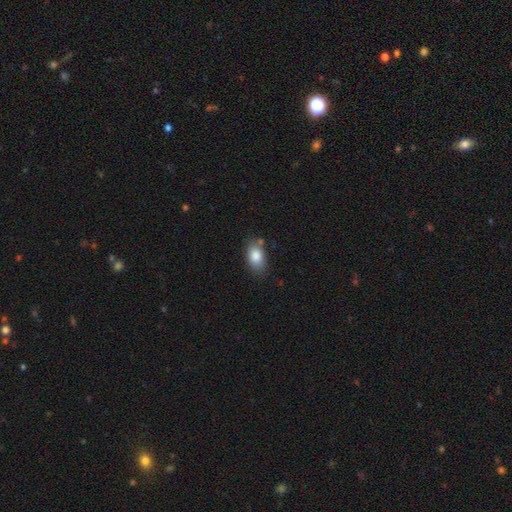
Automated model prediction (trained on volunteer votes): A smooth galaxy with no disk features (85%) that is in between round and cigar-shaped (89%). Merging: none (74%).